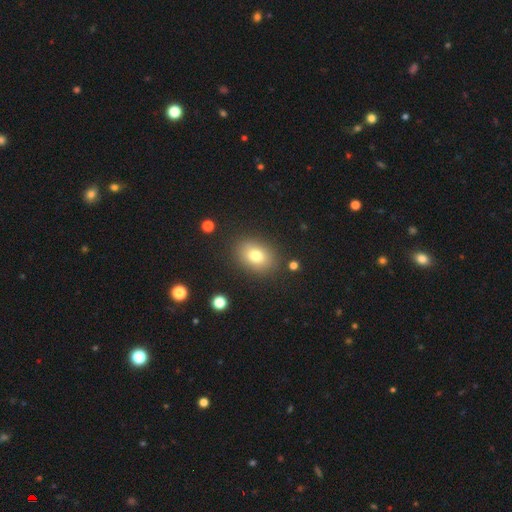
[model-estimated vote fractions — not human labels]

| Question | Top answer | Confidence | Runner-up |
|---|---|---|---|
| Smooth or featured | smooth | 77% | featured or disk (11%) |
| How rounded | in between | 66% | round (33%) |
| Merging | none | 85% | minor disturbance (9%) |